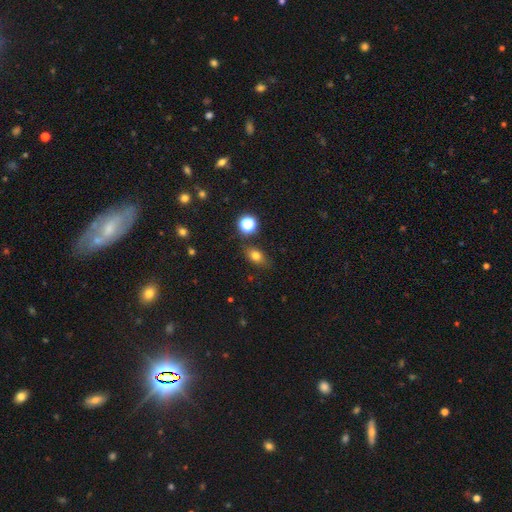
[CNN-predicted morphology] A smooth galaxy with no disk features (73%) that is in between round and cigar-shaped (71%).

Vote fractions:
- Smooth or featured? smooth: 73% / star or artifact: 16% / featured or disk: 11%
- How rounded? in between: 71% / round: 26% / cigar-shaped: 3%
- Merging? none: 80% / minor disturbance: 12% / merger: 4% / major disturbance: 3%